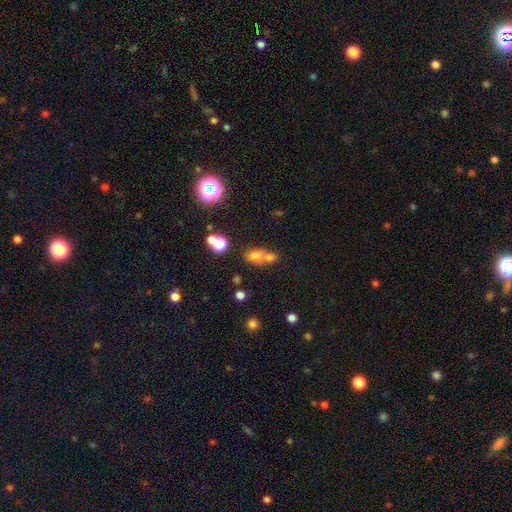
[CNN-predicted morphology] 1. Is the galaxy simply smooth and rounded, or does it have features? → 65% smooth, 19% star or artifact, 16% featured or disk.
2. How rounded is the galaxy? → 58% in between, 39% round, 3% cigar-shaped.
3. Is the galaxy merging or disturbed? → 54% merger, 30% none, 10% minor disturbance, 6% major disturbance.